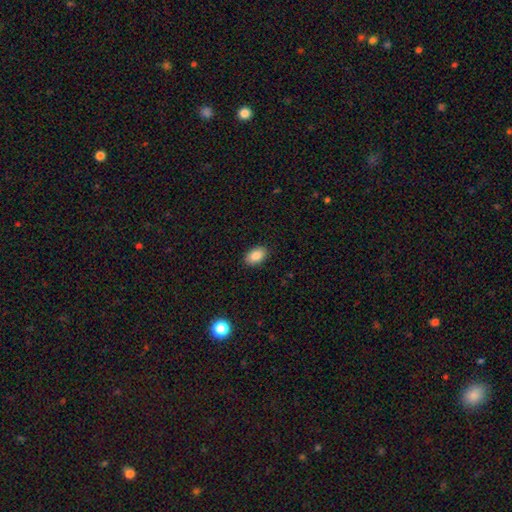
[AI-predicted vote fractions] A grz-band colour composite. It shows a smooth galaxy with no disk features (88%) that is in between round and cigar-shaped (92%). Merging: none (89%).